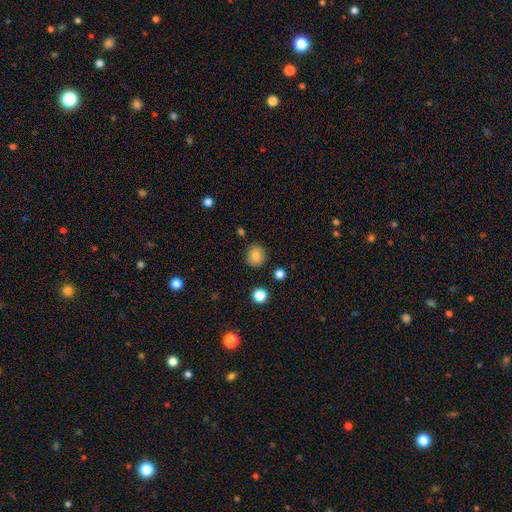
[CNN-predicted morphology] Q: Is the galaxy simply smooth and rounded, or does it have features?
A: smooth — 81%.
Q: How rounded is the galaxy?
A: round — 85%.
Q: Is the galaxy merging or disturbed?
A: none — 84%.